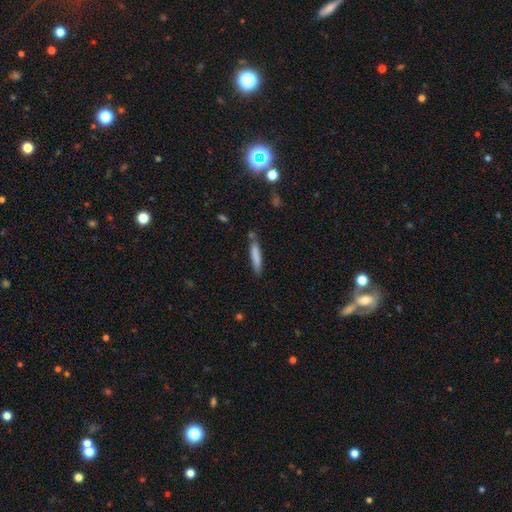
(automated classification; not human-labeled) smooth-or-featured: smooth: 80% | featured or disk: 14% | star or artifact: 6%
  how-rounded: cigar-shaped: 89% | in between: 10% | round: 1%
  merging: none: 77% | minor disturbance: 15% | merger: 5% | major disturbance: 3%